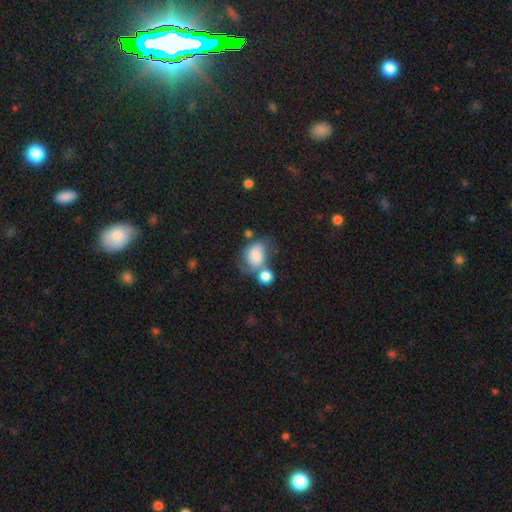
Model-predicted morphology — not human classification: Smooth or featured?
  - smooth: 77% *
  - featured or disk: 15%
  - star or artifact: 8%
How rounded?
  - in between: 67% *
  - round: 32%
  - cigar-shaped: 1%
Merging?
  - merger: 39% *
  - none: 30%
  - minor disturbance: 19%
  - major disturbance: 12%